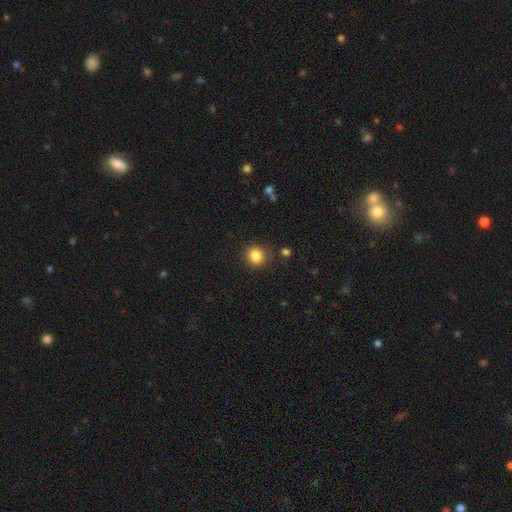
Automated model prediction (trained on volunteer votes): A smooth galaxy with no disk features (85%) that is round (90%). Merging: none (86%).